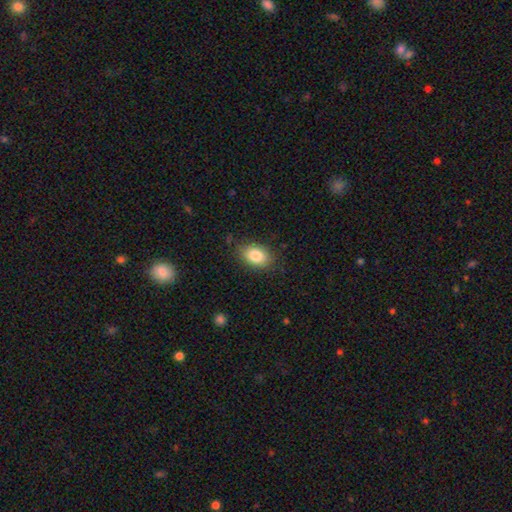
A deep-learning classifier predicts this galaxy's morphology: Smooth or featured? smooth (84%)
How rounded? in between (85%)
Merging? none (83%)